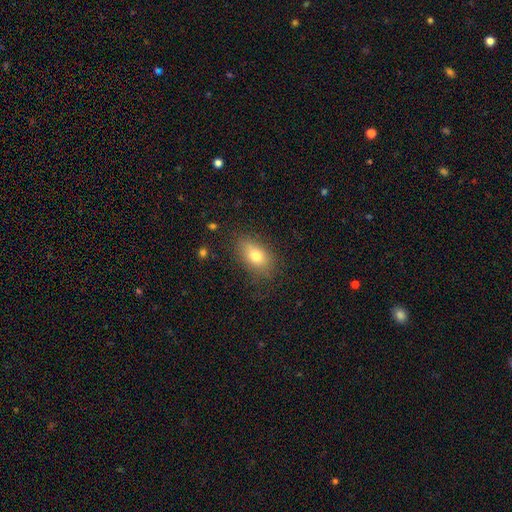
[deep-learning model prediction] This is likely a smooth galaxy (75%). How rounded: clearly in between (85%). Merging: likely none (78%).